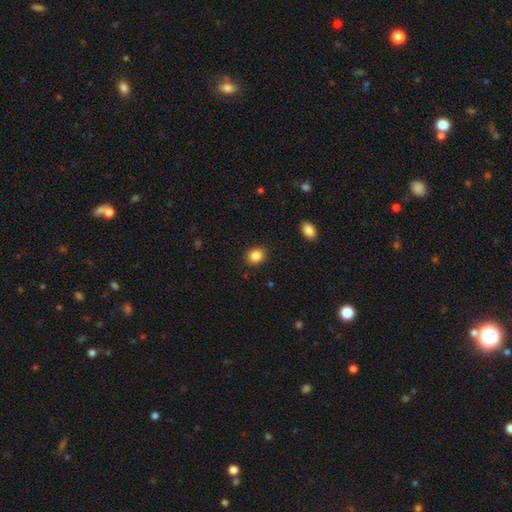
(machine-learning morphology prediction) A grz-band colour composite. It shows a smooth galaxy with no disk features (86%) that is in between round and cigar-shaped (51%). Merging: none (89%).